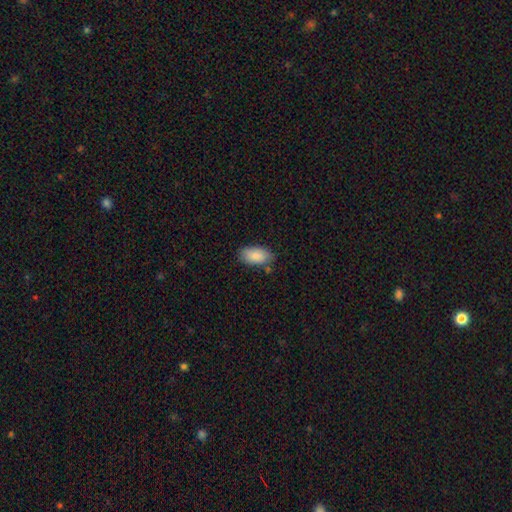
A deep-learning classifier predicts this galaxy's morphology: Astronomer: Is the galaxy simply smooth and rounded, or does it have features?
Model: smooth — 88%.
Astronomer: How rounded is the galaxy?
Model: in between — 93%.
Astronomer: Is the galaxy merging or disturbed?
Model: none — 76%.